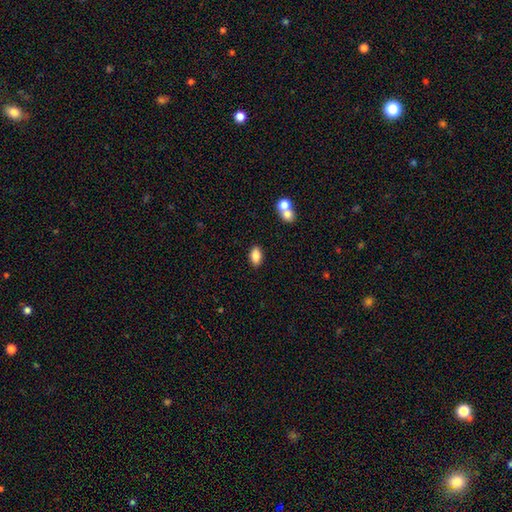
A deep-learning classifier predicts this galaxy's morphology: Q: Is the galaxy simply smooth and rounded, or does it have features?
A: smooth — 85%.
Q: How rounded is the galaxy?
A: in between — 90%.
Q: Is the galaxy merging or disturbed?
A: none — 85%.